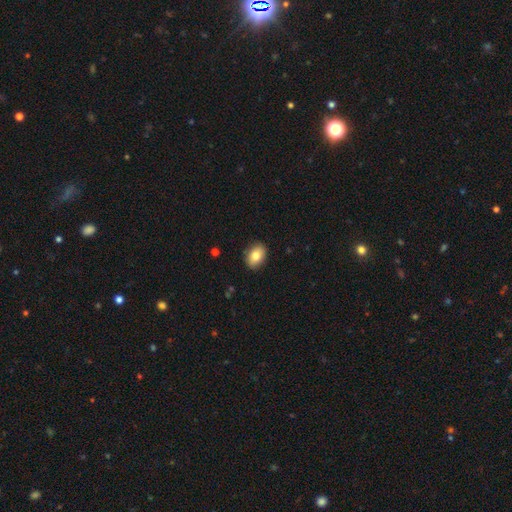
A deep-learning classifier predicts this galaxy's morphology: smooth-or-featured: smooth: 81% | featured or disk: 11% | star or artifact: 8%
  how-rounded: in between: 80% | round: 18% | cigar-shaped: 1%
  merging: none: 89% | minor disturbance: 8% | major disturbance: 2% | merger: 1%